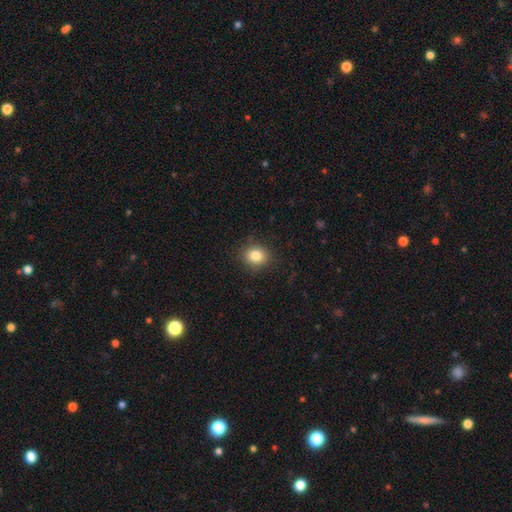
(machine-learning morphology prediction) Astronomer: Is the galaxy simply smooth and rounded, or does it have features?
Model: smooth — 83%.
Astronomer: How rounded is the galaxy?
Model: round — 76%.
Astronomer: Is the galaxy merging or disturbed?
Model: none — 86%.